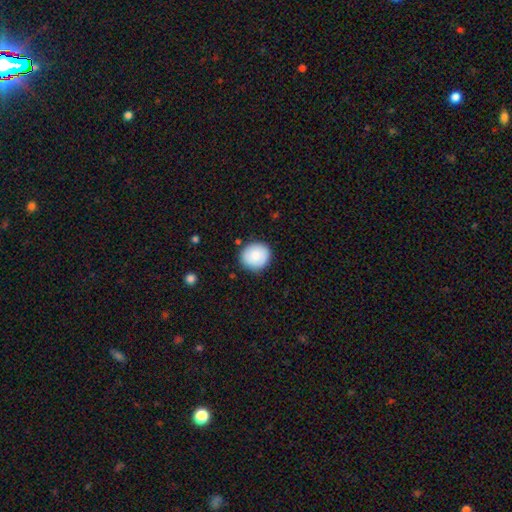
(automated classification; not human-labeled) Overall: smooth (85%). How rounded: round (87%). Merging: none (88%).